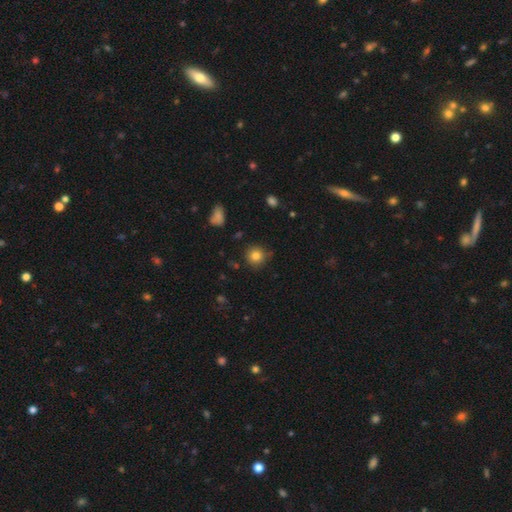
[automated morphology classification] A smooth galaxy with no disk features (82%) that is round (92%).

Vote fractions:
- Smooth or featured? smooth: 82% / star or artifact: 11% / featured or disk: 7%
- How rounded? round: 92% / in between: 7% / cigar-shaped: 1%
- Merging? none: 83% / minor disturbance: 12% / major disturbance: 3% / merger: 2%